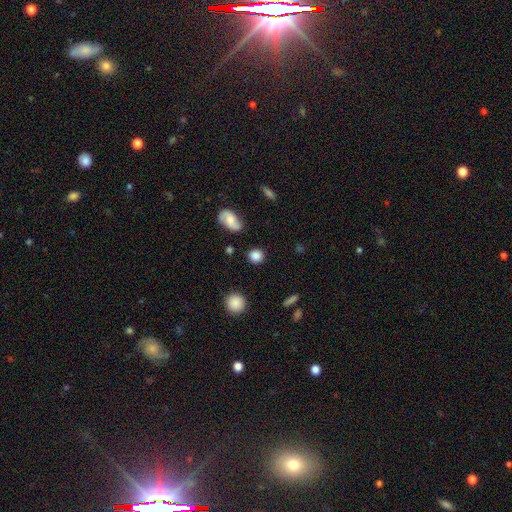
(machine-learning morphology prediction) Overall: smooth (83%). How rounded: round (85%). Merging: none (85%).